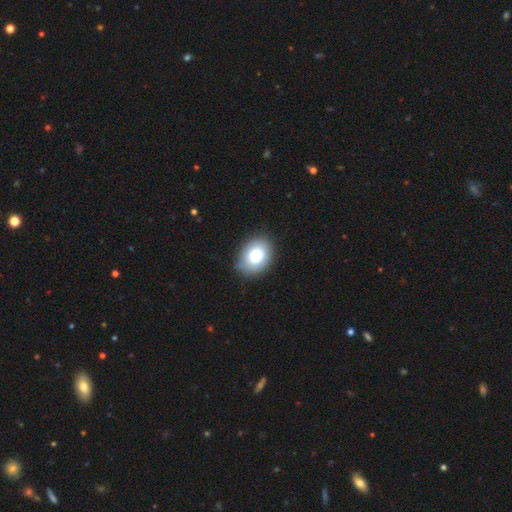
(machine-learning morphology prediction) A smooth galaxy with no disk features (81%) that is in between round and cigar-shaped (68%).

Vote fractions:
- Smooth or featured? smooth: 81% / featured or disk: 11% / star or artifact: 8%
- How rounded? in between: 68% / round: 32% / cigar-shaped: 1%
- Merging? none: 82% / minor disturbance: 14% / major disturbance: 3% / merger: 1%